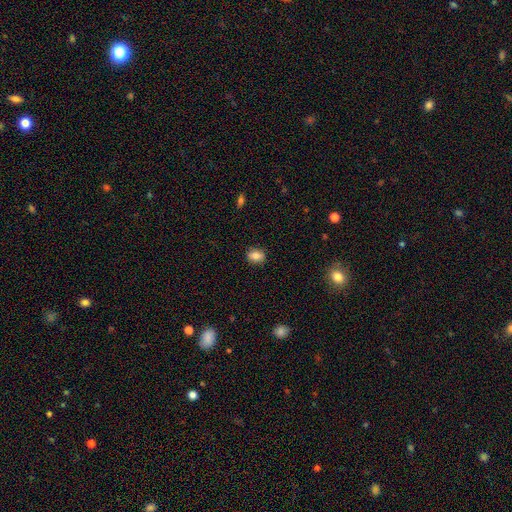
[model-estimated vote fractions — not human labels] Smooth or featured? smooth (82%)
How rounded? in between (66%)
Merging? none (86%)